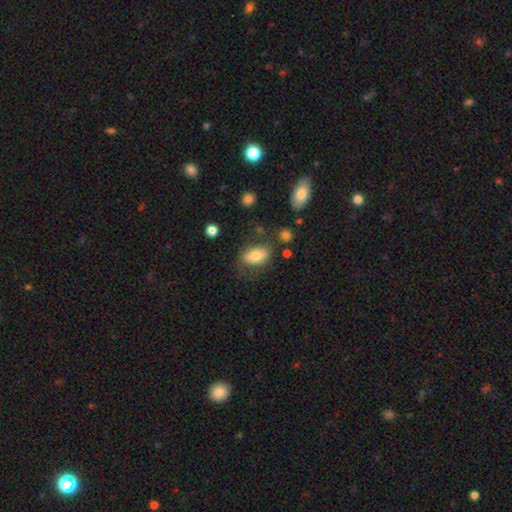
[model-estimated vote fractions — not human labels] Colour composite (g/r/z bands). It shows a smooth galaxy with no disk features (72%) that is in between round and cigar-shaped (89%). Merging: none (62%).